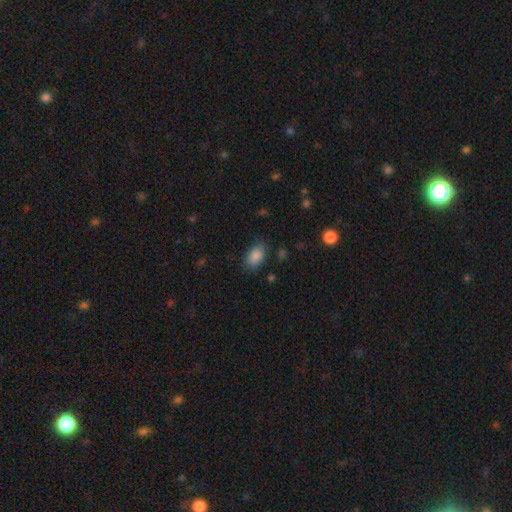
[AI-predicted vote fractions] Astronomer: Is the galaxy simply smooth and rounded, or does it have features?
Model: smooth — 86%.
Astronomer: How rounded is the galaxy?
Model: in between — 88%.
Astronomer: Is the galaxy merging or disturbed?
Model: none — 79%.